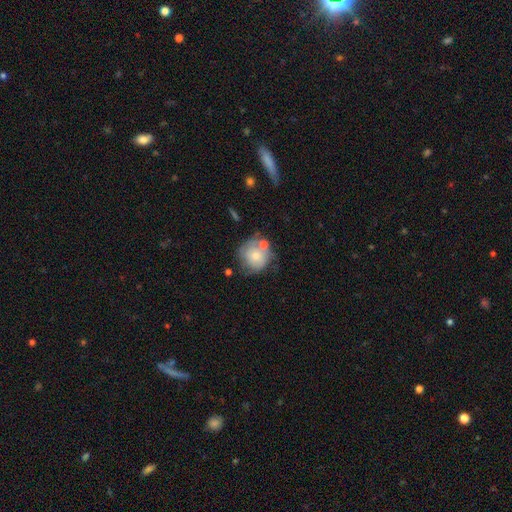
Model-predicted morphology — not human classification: type=smooth (67%); roundness=round (86%); merging=none (49%).